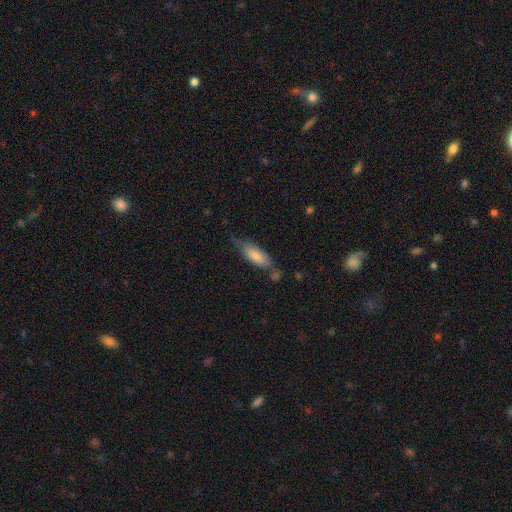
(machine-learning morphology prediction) A smooth galaxy with no disk features (78%) that is in between round and cigar-shaped (70%). Merging: none (49%).